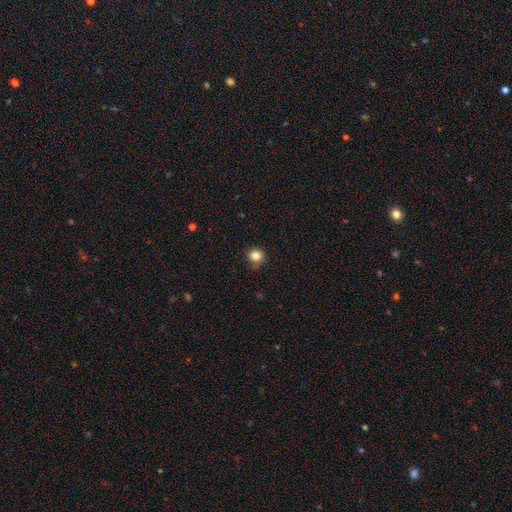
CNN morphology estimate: A smooth galaxy with no disk features (84%) that is round (89%).

Vote fractions:
- Smooth or featured? smooth: 84% / star or artifact: 11% / featured or disk: 4%
- How rounded? round: 89% / in between: 10% / cigar-shaped: 1%
- Merging? none: 77% / minor disturbance: 17% / major disturbance: 4% / merger: 1%